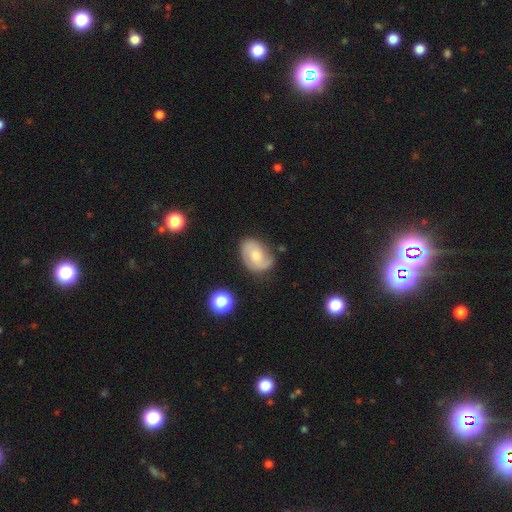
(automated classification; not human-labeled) smooth_or_featured: featured or disk (p=0.59) [alt: smooth p=0.33]
disk_edge_on: no (p=0.97) [alt: yes p=0.03]
bar: no (p=0.60) [alt: weak p=0.34]
has_spiral_arms: yes (p=0.89) [alt: no p=0.11]
spiral_winding: medium (p=0.45) [alt: tight p=0.33]
spiral_arm_count: 2 (p=0.71) [alt: can't tell p=0.13]
bulge_size: moderate (p=0.44) [alt: small p=0.41]
merging: none (p=0.69) [alt: minor disturbance p=0.21]